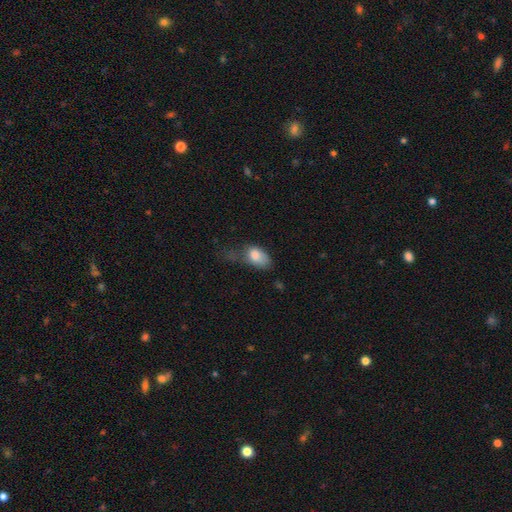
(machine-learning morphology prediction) Smooth or featured: smooth — 81% (featured or disk — 12%)
How rounded: in between — 89% (round — 8%)
Merging: major disturbance — 35% (tied with minor disturbance — 35%)